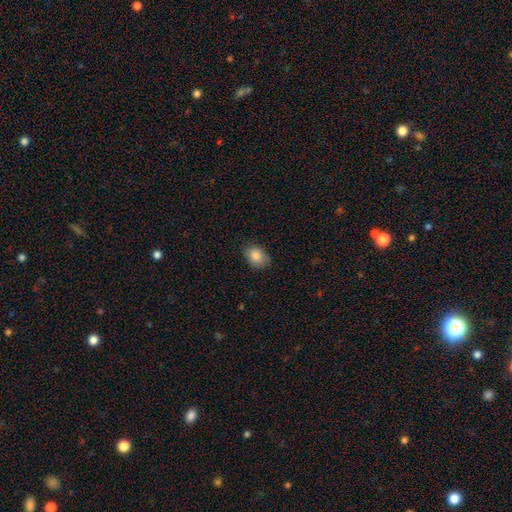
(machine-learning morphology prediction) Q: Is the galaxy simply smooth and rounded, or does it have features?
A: smooth — 85%.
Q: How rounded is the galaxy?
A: in between — 71%.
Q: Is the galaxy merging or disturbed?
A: none — 79%.